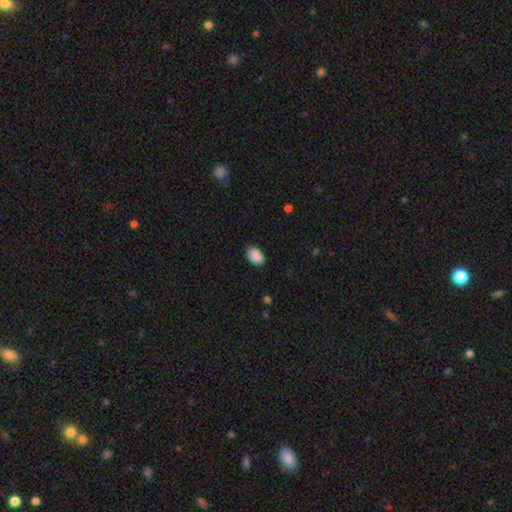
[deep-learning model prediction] Smooth or featured?
  - smooth: 90% *
  - star or artifact: 7%
  - featured or disk: 3%
How rounded?
  - in between: 87% *
  - round: 12%
  - cigar-shaped: 1%
Merging?
  - none: 87% *
  - minor disturbance: 10%
  - major disturbance: 2%
  - merger: 1%